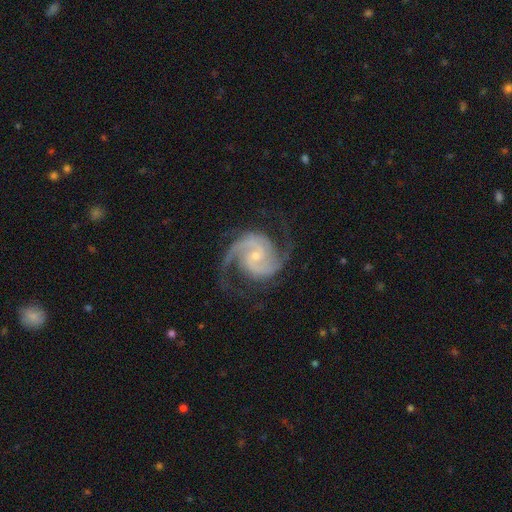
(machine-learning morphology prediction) smooth_or_featured: featured or disk (p=0.93) [alt: star or artifact p=0.04]
disk_edge_on: no (p=0.98) [alt: yes p=0.02]
bar: no (p=0.53) [alt: weak p=0.37]
has_spiral_arms: yes (p=0.99) [alt: no p=0.01]
spiral_winding: medium (p=0.59) [alt: tight p=0.28]
spiral_arm_count: 2 (p=0.88) [alt: 3 p=0.05]
bulge_size: small (p=0.68) [alt: moderate p=0.27]
merging: none (p=0.76) [alt: minor disturbance p=0.15]